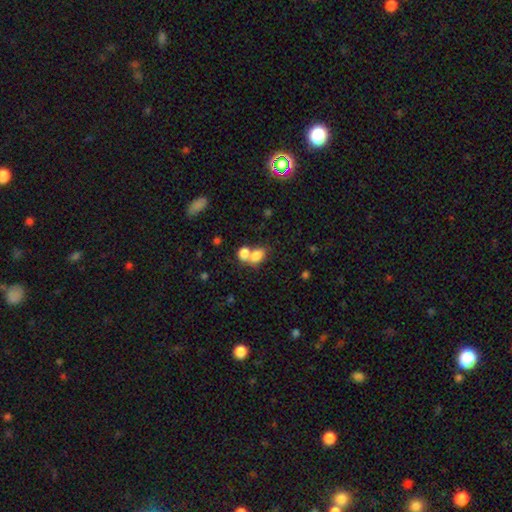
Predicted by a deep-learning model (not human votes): A smooth galaxy with no disk features (79%) that is in between round and cigar-shaped (72%).

Vote fractions:
- Smooth or featured? smooth: 79% / featured or disk: 11% / star or artifact: 10%
- How rounded? in between: 72% / round: 27% / cigar-shaped: 1%
- Merging? merger: 61% / none: 27% / minor disturbance: 8% / major disturbance: 4%